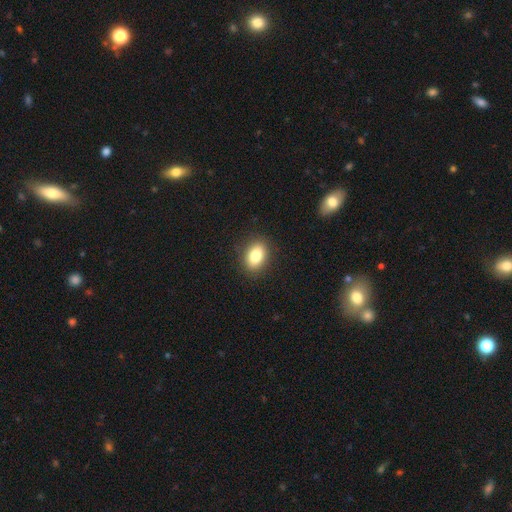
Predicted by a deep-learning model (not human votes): This is clearly a smooth galaxy (81%). How rounded: likely in between (78%). Merging: clearly none (89%).